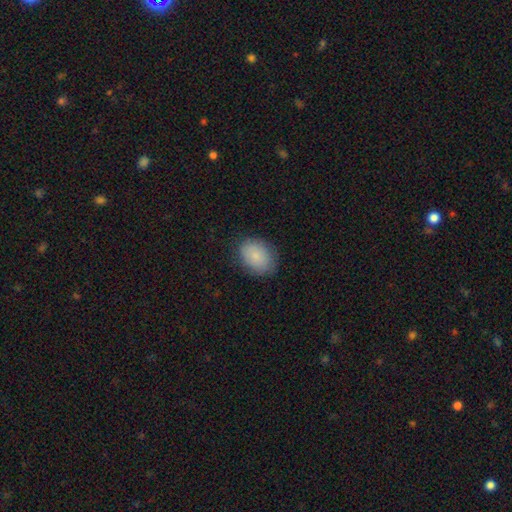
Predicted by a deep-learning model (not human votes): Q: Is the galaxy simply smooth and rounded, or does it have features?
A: smooth — 85%.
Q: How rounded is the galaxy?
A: in between — 65%.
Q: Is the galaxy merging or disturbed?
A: none — 82%.